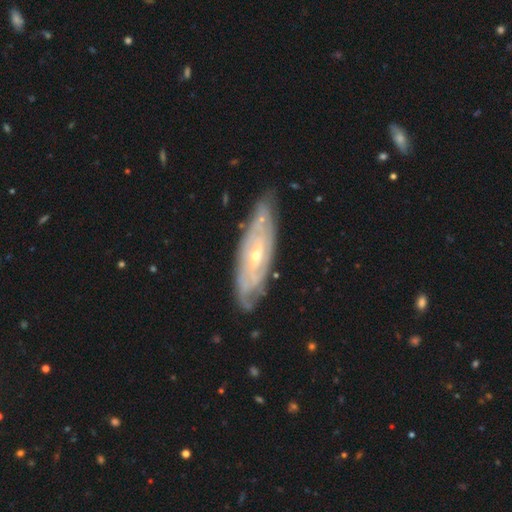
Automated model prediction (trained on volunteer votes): Smooth or featured? Predicted: featured or disk (p=0.82). Edge-on disk? Predicted: no (p=0.83). Bar? Predicted: no (p=0.59). Spiral arms? Predicted: yes (p=0.89). Spiral winding? Predicted: tight (p=0.73). Spiral arm count? Predicted: can't tell (p=0.53). Bulge size? Predicted: small (p=0.64). Merging? Predicted: none (p=0.73).